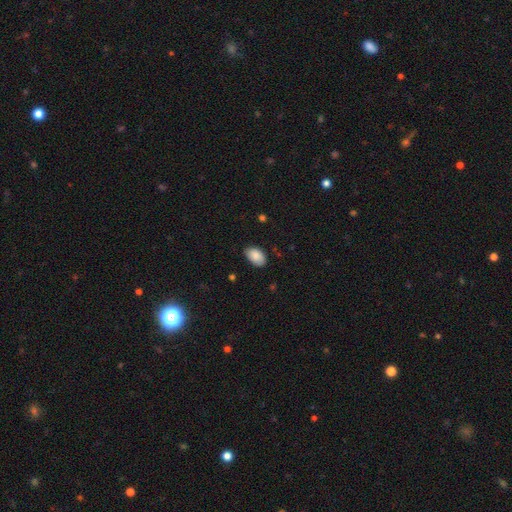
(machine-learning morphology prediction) This appears to be a smooth galaxy with no disk features (87%) that is in between round and cigar-shaped (93%). Merging: none (79%).